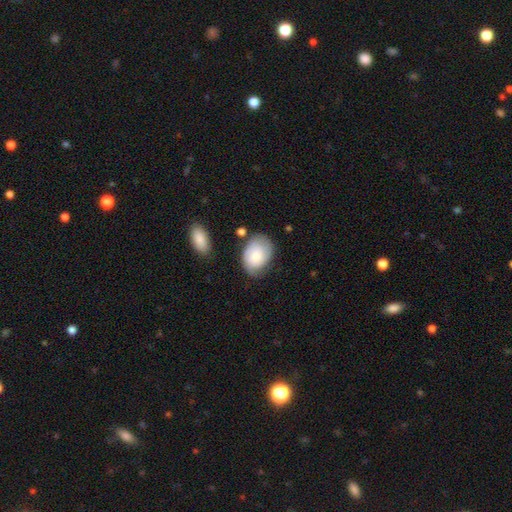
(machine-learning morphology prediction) type=smooth (68%); roundness=in between (76%); merging=none (59%).